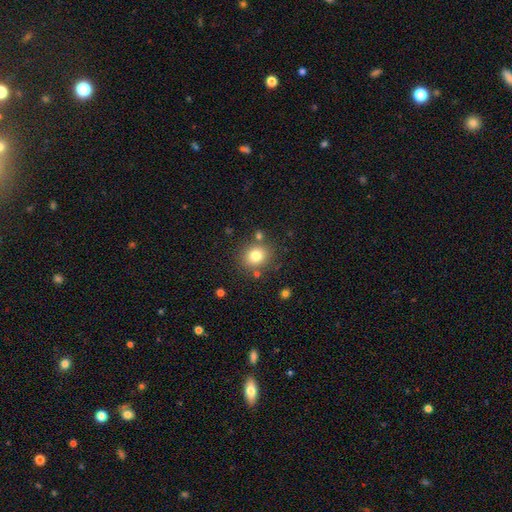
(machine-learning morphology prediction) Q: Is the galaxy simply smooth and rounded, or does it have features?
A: smooth — 79%.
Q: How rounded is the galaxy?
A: round — 73%.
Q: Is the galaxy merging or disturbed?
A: none — 79%.